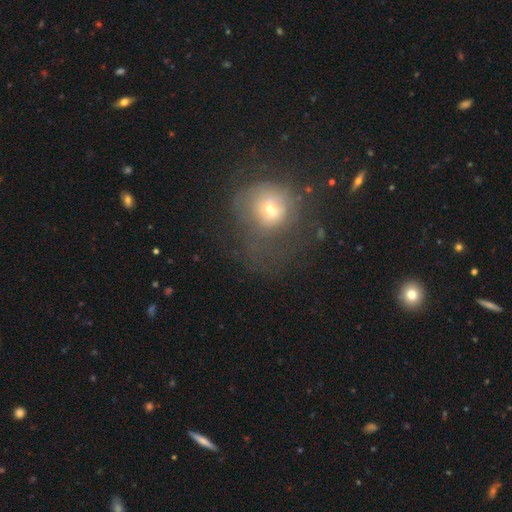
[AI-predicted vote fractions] Overall: smooth (55%; star or artifact 24%). How rounded: round (81%). Merging: none (47%; major disturbance 29%).